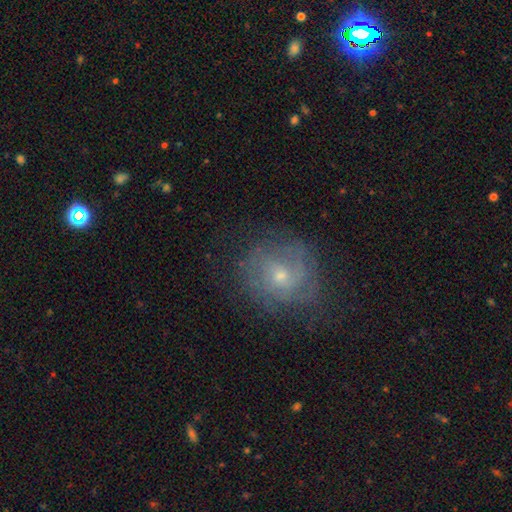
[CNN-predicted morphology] smooth_or_featured: featured or disk (p=0.46) [alt: smooth p=0.31]
merging: none (p=0.77) [alt: minor disturbance p=0.15]